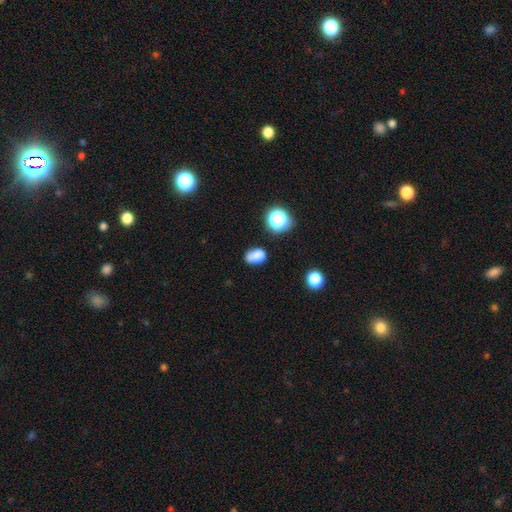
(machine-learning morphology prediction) This is likely a smooth galaxy (79%). How rounded: likely in between (77%). Merging: likely none (69%).